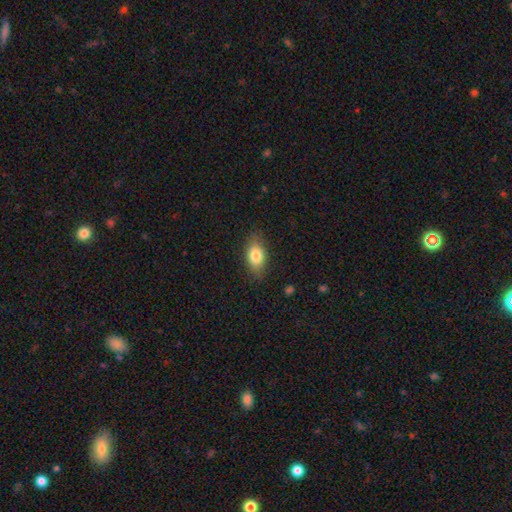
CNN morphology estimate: Overall: smooth (79%). How rounded: in between (86%). Merging: none (82%).